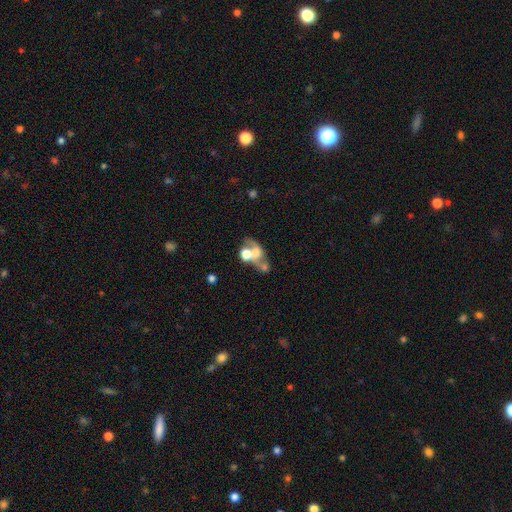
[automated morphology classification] Overall: featured or disk (45%; smooth 40%). Merging: merger (54%; none 21%).